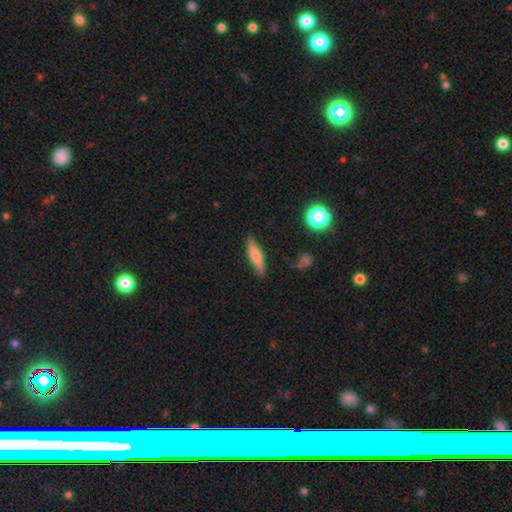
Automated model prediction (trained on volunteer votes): smooth-or-featured: smooth: 66% | featured or disk: 27% | star or artifact: 7%
  how-rounded: cigar-shaped: 75% | in between: 23% | round: 2%
  merging: none: 85% | minor disturbance: 11% | major disturbance: 2% | merger: 2%